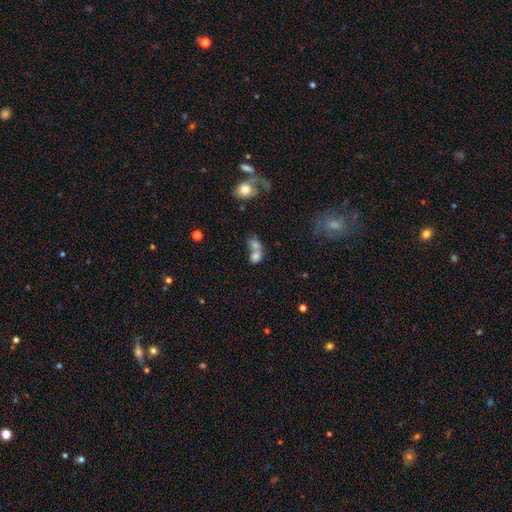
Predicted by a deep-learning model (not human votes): Smooth or featured? Predicted: smooth (p=0.74). How rounded? Predicted: in between (p=0.55). Merging? Predicted: merger (p=0.67).